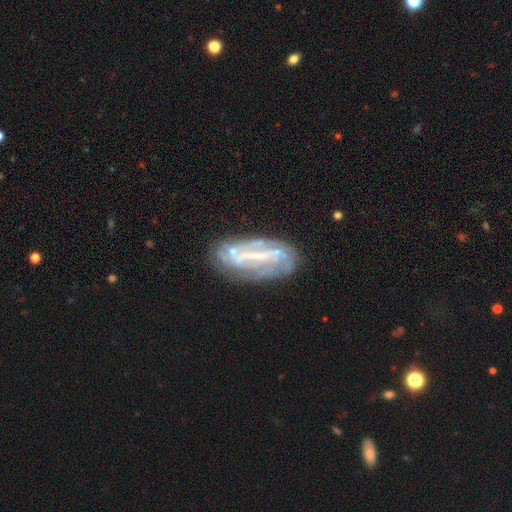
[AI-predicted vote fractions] A featured or disk galaxy (69%) with a strong bar (64%), no spiral arms (54%) and no central bulge (53%). Merging: none (62%).